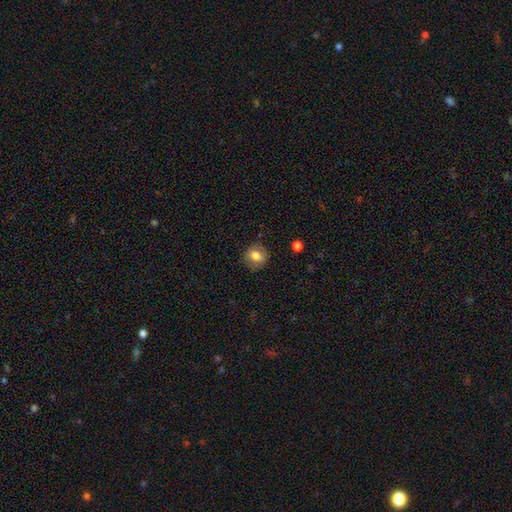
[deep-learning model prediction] This is likely a smooth galaxy (73%). How rounded: likely round (69%). Merging: clearly none (81%).